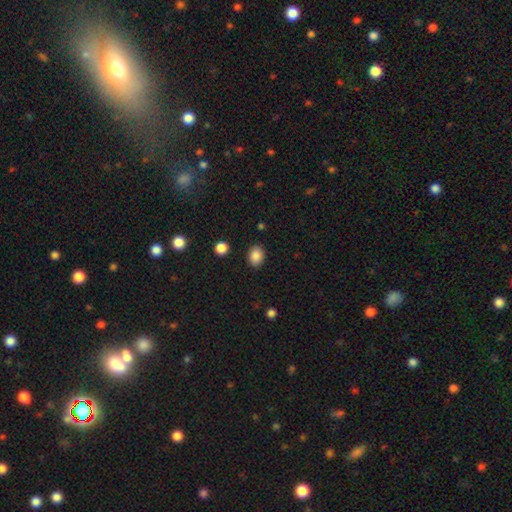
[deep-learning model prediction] smooth_or_featured: smooth (p=0.87) [alt: star or artifact p=0.09]
how_rounded: in between (p=0.62) [alt: round p=0.38]
merging: none (p=0.89) [alt: minor disturbance p=0.08]